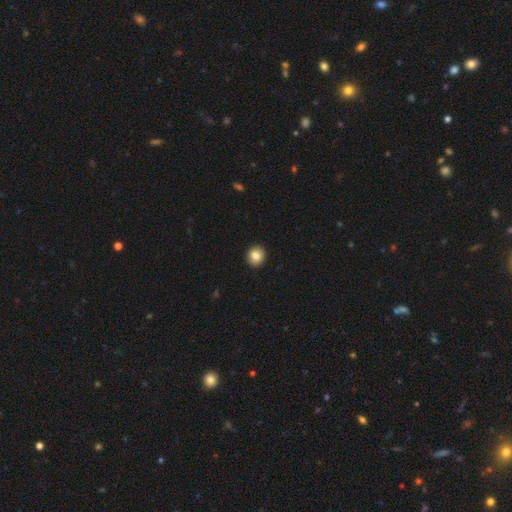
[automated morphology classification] smooth-or-featured: smooth: 83% | star or artifact: 9% | featured or disk: 8%
  how-rounded: round: 87% | in between: 12% | cigar-shaped: 1%
  merging: none: 92% | minor disturbance: 5% | major disturbance: 1% | merger: 1%